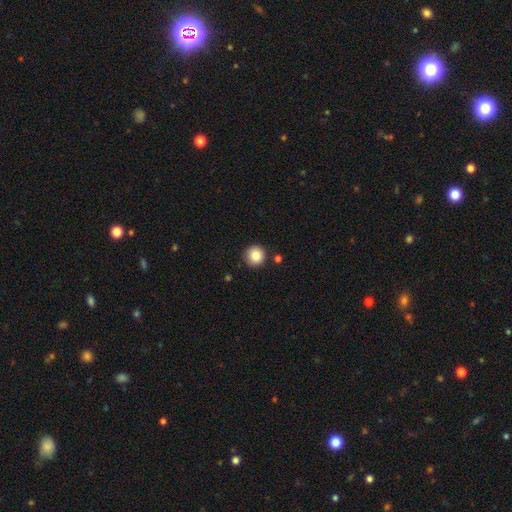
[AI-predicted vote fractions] This appears to be a smooth galaxy with no disk features (84%) that is round (95%). Merging: none (88%).